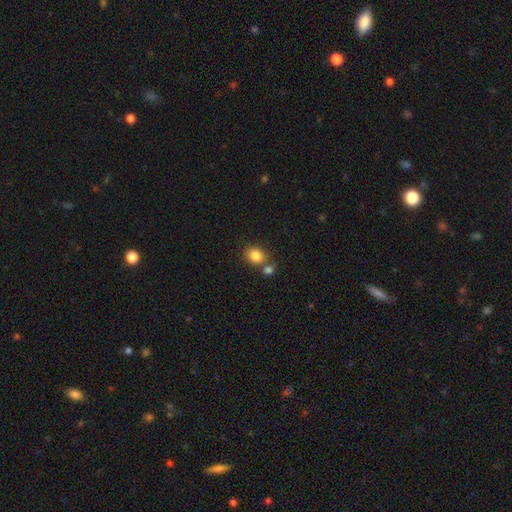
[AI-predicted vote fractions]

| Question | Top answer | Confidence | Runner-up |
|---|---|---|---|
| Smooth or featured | smooth | 84% | star or artifact (10%) |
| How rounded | round | 58% | in between (41%) |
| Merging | none | 61% | merger (26%) |